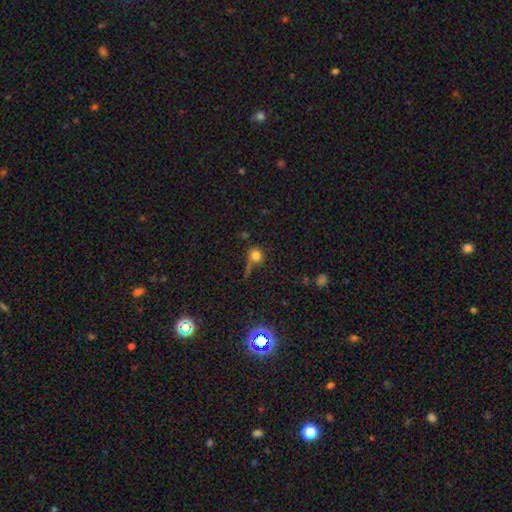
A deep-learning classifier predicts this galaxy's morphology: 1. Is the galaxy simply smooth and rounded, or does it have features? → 75% smooth, 16% star or artifact, 9% featured or disk.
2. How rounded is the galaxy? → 84% round, 14% in between, 2% cigar-shaped.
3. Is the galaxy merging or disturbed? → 53% none, 18% minor disturbance, 15% major disturbance, 14% merger.